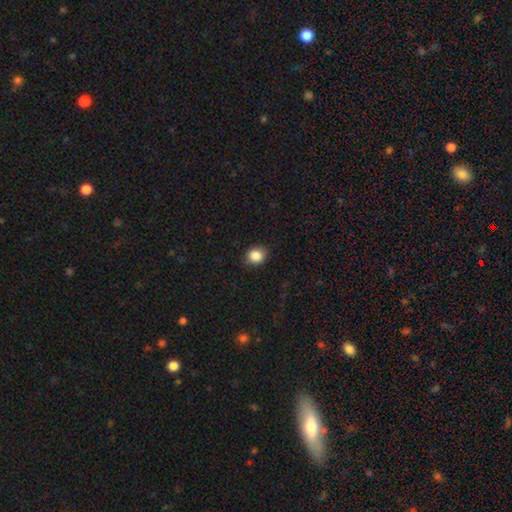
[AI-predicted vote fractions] smooth_or_featured: smooth (p=0.86) [alt: star or artifact p=0.10]
how_rounded: round (p=0.71) [alt: in between p=0.28]
merging: none (p=0.84) [alt: minor disturbance p=0.13]